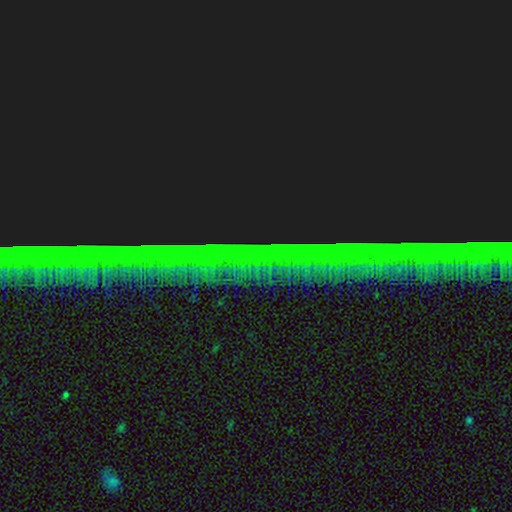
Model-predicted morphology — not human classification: smooth-or-featured: star or artifact: 87% | featured or disk: 7% | smooth: 6%